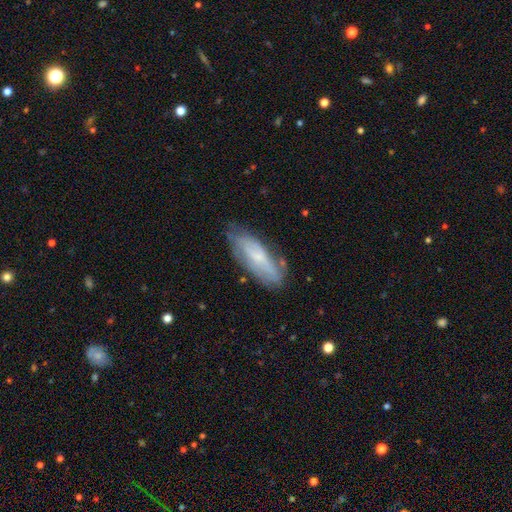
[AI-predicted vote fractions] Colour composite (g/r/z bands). It shows a featured or disk galaxy (46%). Merging: none (77%).